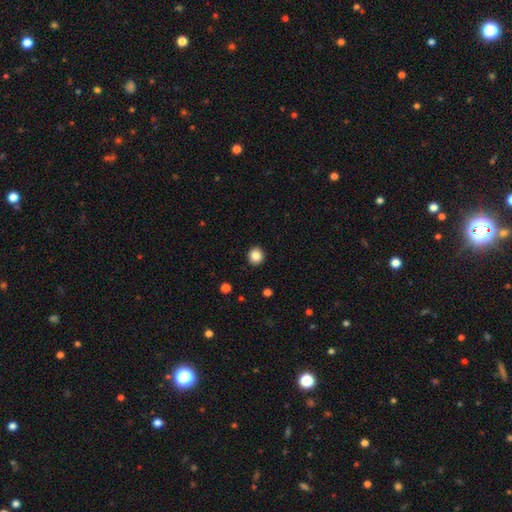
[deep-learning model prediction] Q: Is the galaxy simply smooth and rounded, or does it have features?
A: smooth — 86%.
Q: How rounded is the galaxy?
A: round — 85%.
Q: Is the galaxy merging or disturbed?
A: none — 92%.